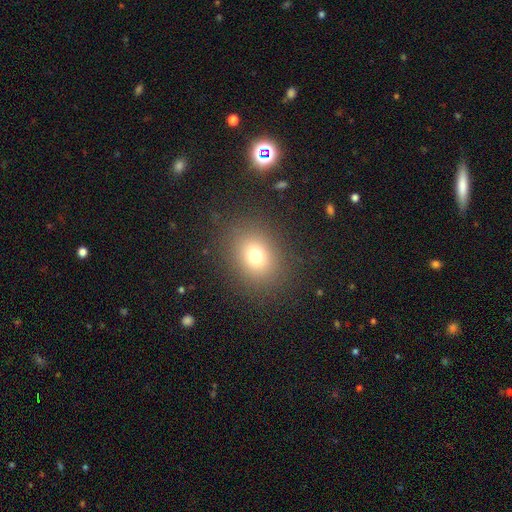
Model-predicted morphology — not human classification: This is likely a smooth galaxy (73%). How rounded: possibly round (57%). Merging: clearly none (85%).